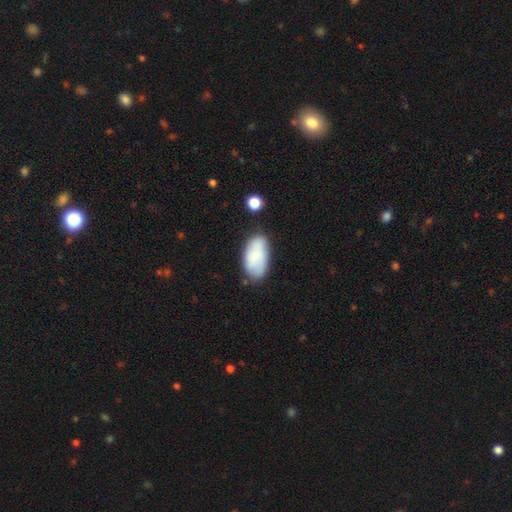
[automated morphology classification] Q: Smooth or featured?
A: smooth (70%); runner-up: featured or disk (23%)
Q: How rounded?
A: in between (94%); runner-up: round (4%)
Q: Merging?
A: none (64%); runner-up: minor disturbance (25%)